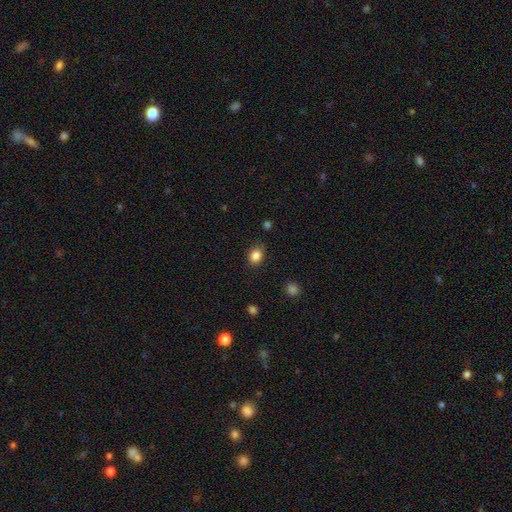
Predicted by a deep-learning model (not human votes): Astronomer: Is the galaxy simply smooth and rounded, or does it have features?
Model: smooth — 85%.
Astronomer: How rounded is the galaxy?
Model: in between — 56% (runner-up: round, 43%).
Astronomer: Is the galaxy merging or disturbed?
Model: none — 82%.